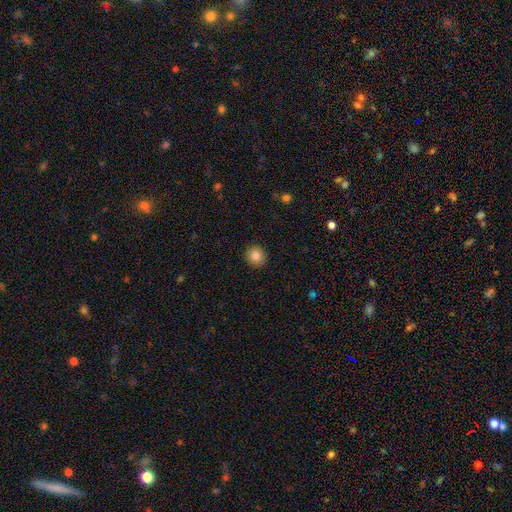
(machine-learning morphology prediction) A smooth galaxy with no disk features (84%) that is round (88%).

Vote fractions:
- Smooth or featured? smooth: 84% / star or artifact: 9% / featured or disk: 7%
- How rounded? round: 88% / in between: 11% / cigar-shaped: 1%
- Merging? none: 92% / minor disturbance: 5% / major disturbance: 2% / merger: 1%